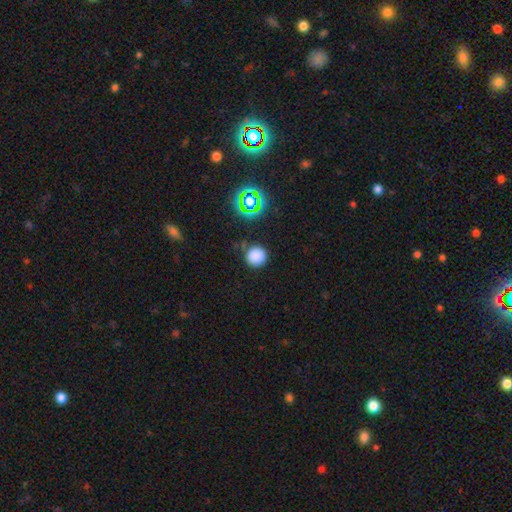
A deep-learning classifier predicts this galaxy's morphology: smooth-or-featured: smooth: 80% | star or artifact: 16% | featured or disk: 4%
  how-rounded: round: 94% | in between: 5% | cigar-shaped: 1%
  merging: none: 84% | minor disturbance: 10% | major disturbance: 3% | merger: 3%